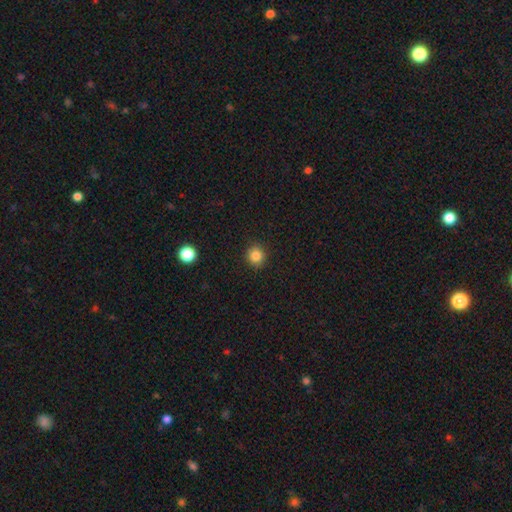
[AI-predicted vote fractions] The model was most divided on "smooth or featured": smooth: 85%, star or artifact: 11%, featured or disk: 4%. More confident: merging — none (91%); how rounded — round (90%).